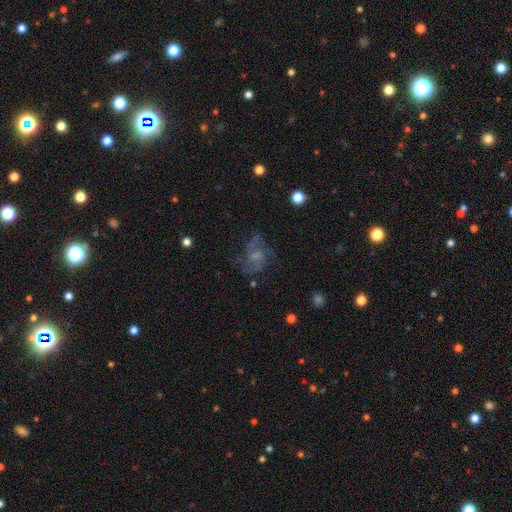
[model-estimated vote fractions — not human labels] The model was most divided on "spiral winding": medium: 48%, loose: 37%, tight: 15%. Remaining: edge-on disk — no (97%); spiral arms — yes (86%); smooth or featured — featured or disk (71%); merging — none (57%); bar — no (53%); bulge size — small (49%); spiral arm count — 2 (45%).